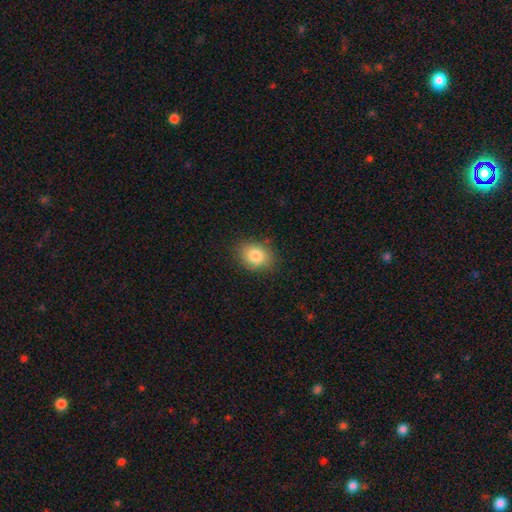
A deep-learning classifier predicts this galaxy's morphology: Smooth or featured: smooth — 83% (star or artifact — 9%)
How rounded: in between — 58% (round — 41%)
Merging: none — 82% (minor disturbance — 13%)